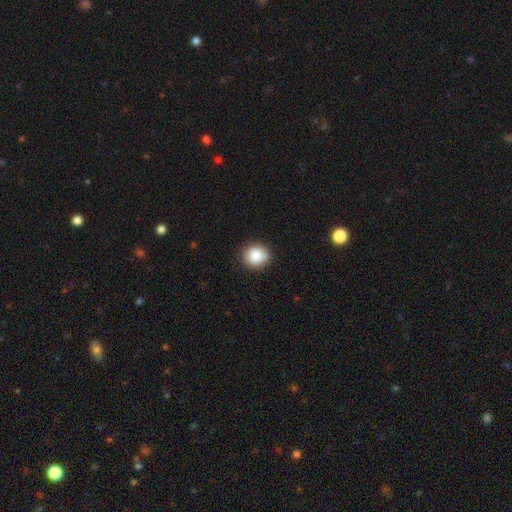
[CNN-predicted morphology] Overall: smooth (85%). How rounded: round (86%). Merging: none (80%).